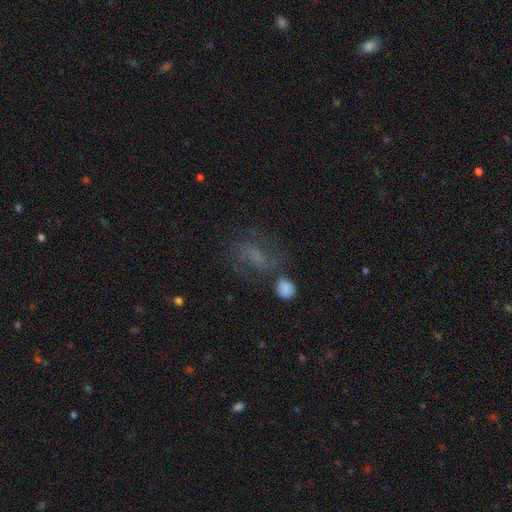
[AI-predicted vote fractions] Smooth or featured? smooth (41%)
Merging? none (52%)